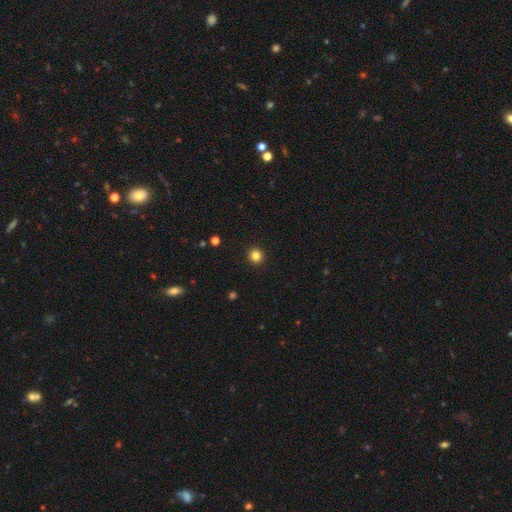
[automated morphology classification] The model was most divided on "smooth or featured": smooth: 83%, star or artifact: 13%, featured or disk: 4%. More confident: how rounded — round (95%); merging — none (93%).